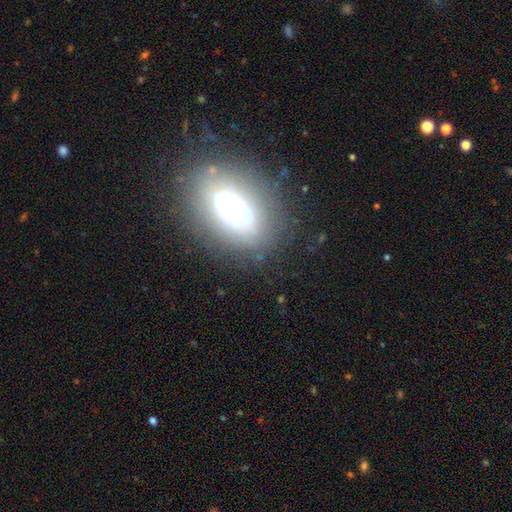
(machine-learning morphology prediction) The model was most divided on "smooth or featured": smooth: 46%, featured or disk: 37%, star or artifact: 17%. More confident: merging — none (77%).